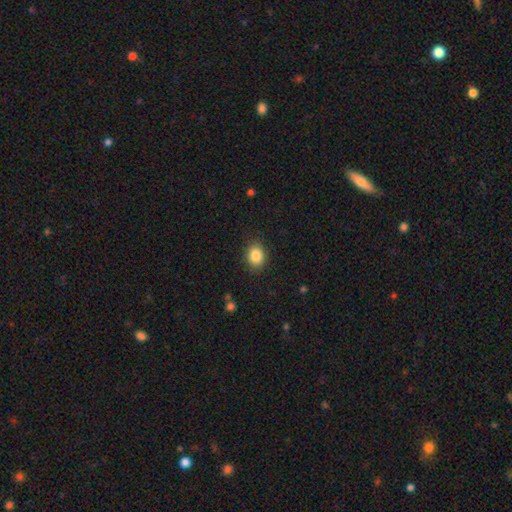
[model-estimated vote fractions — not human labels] Morphology: type=smooth (85%); roundness=round (50%); merging=none (88%).